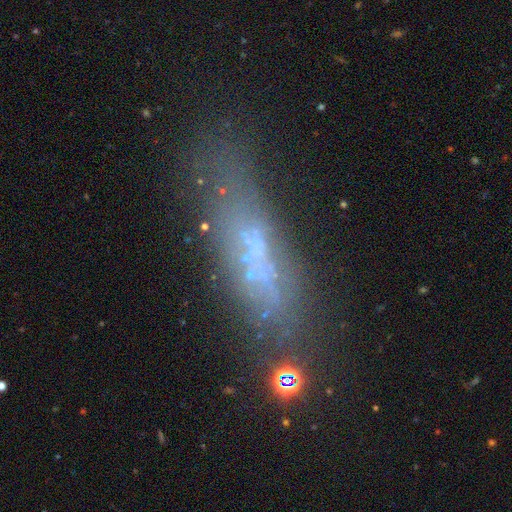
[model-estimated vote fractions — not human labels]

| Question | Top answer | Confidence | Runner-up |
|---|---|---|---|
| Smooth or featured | featured or disk | 47% | smooth (35%) |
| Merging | none | 62% | minor disturbance (19%) |